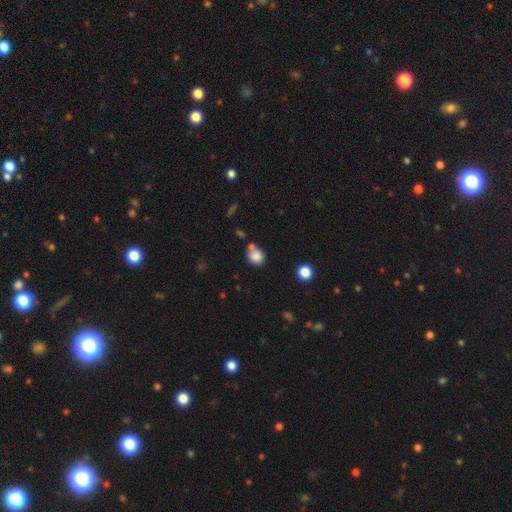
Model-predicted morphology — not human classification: Q: Smooth or featured?
A: smooth (83%); runner-up: star or artifact (10%)
Q: How rounded?
A: round (77%); runner-up: in between (22%)
Q: Merging?
A: none (54%); runner-up: merger (26%)